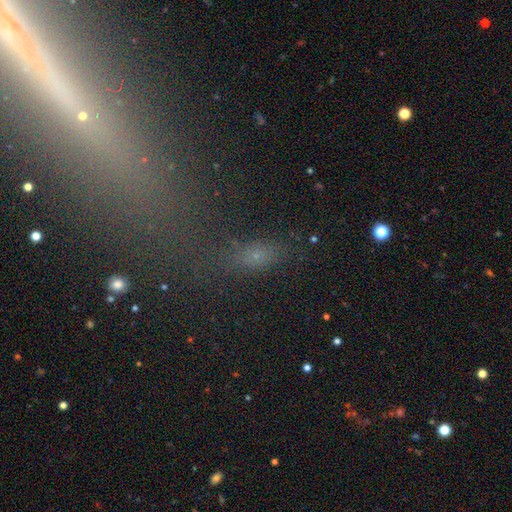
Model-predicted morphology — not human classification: Q: Smooth or featured?
A: smooth (55%); runner-up: star or artifact (32%)
Q: How rounded?
A: in between (68%); runner-up: cigar-shaped (21%)
Q: Merging?
A: none (63%); runner-up: minor disturbance (18%)